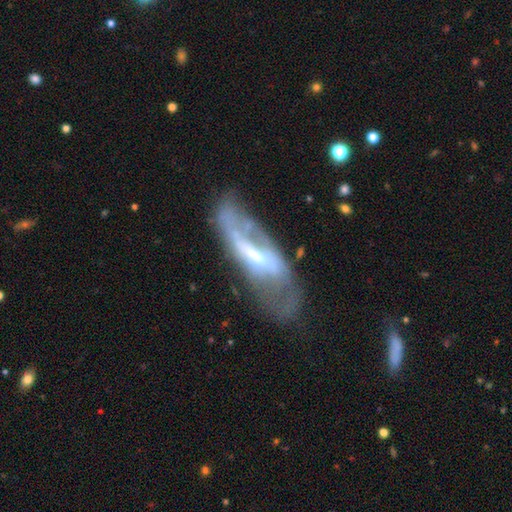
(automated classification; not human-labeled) A featured or disk galaxy (70%) with a strong bar (42%), spiral arms (57%) and a small central bulge (48%). Merging: none (46%).